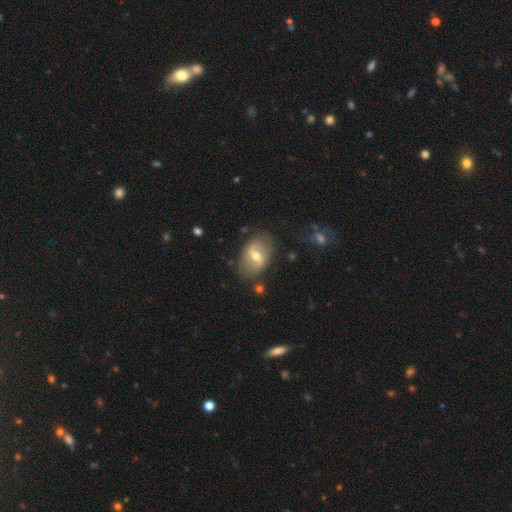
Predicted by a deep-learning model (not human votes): The model was most divided on "bar": weak: 45%, strong: 40%, no: 15%. More confident: edge-on disk — no (91%); merging — none (78%); bulge size — moderate (67%); smooth or featured — featured or disk (57%); spiral arms — no (55%).